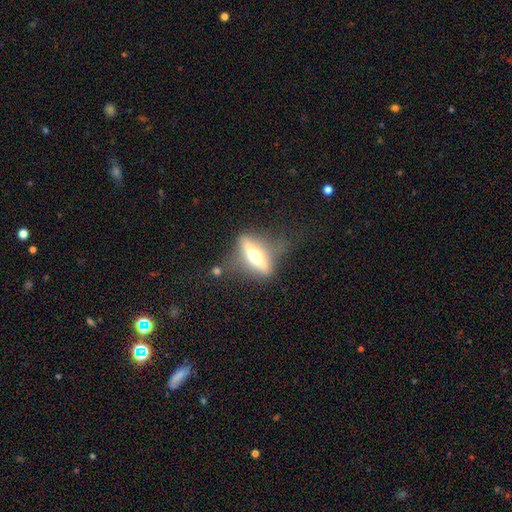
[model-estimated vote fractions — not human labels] This appears to be a featured or disk galaxy (59%) viewed edge-on (77%). Merging: none (63%).